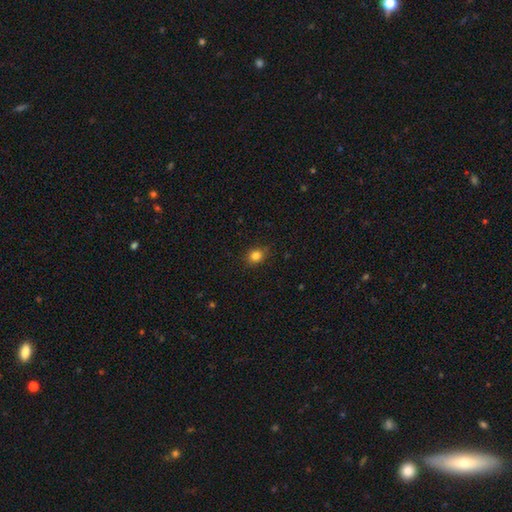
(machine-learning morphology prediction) smooth-or-featured: smooth: 83% | star or artifact: 11% | featured or disk: 5%
  how-rounded: round: 59% | in between: 40% | cigar-shaped: 1%
  merging: none: 86% | minor disturbance: 11% | major disturbance: 2% | merger: 1%